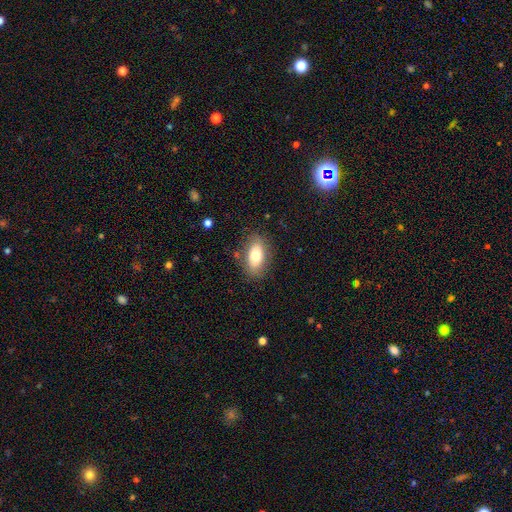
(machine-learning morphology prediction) smooth 73%, featured or disk 20%, star or artifact 8%. Down the decision tree: how rounded — in between (90%); merging — none (80%).